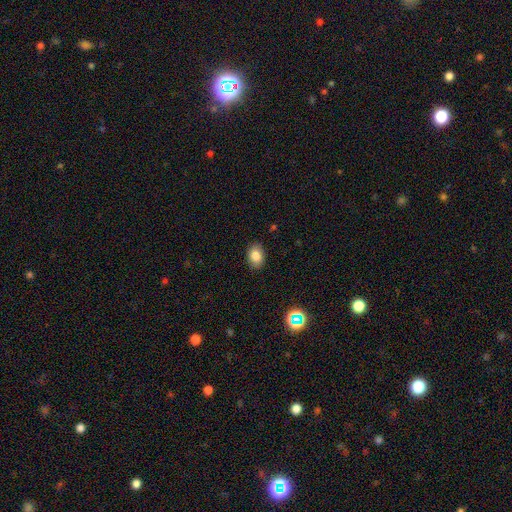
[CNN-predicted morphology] The model was most divided on "how rounded": in between: 76%, round: 23%, cigar-shaped: 1%. More confident: merging — none (86%); smooth or featured — smooth (84%).